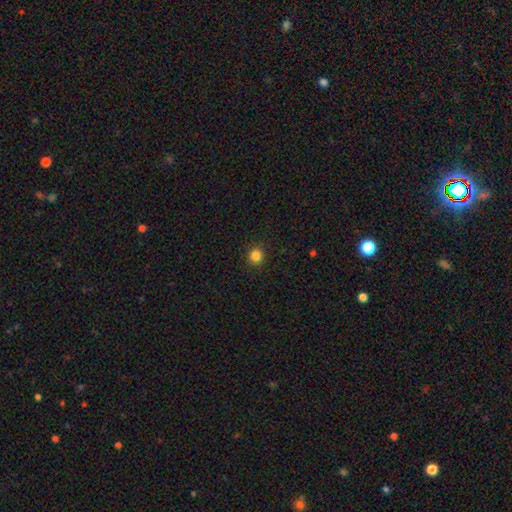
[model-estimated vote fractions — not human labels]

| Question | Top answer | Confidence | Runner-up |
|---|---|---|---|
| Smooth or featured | smooth | 84% | star or artifact (12%) |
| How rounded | round | 92% | in between (7%) |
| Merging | none | 91% | minor disturbance (6%) |